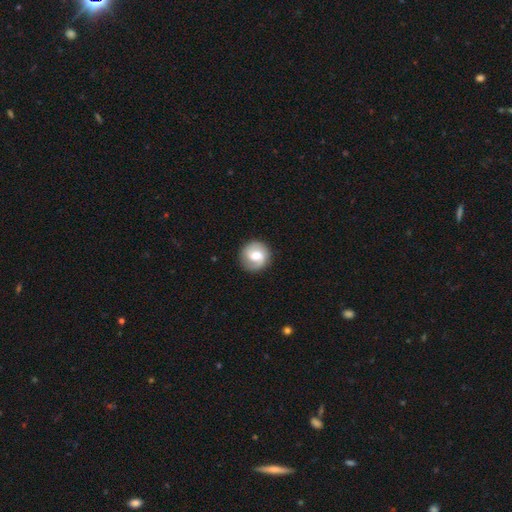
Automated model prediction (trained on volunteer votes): Q: Smooth or featured?
A: featured or disk (53%); runner-up: smooth (40%)
Q: Edge-on disk?
A: no (97%); runner-up: yes (3%)
Q: Bar?
A: weak (50%); runner-up: no (36%)
Q: Spiral arms?
A: yes (84%); runner-up: no (16%)
Q: Bulge size?
A: moderate (65%); runner-up: small (16%)
Q: Merging?
A: none (85%); runner-up: minor disturbance (10%)